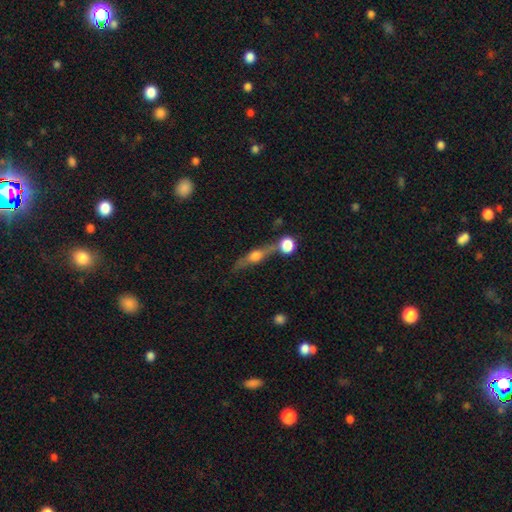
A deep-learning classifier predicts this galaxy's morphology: This appears to be a featured or disk galaxy (63%) viewed edge-on (90%) with a rounded central bulge (91%). Merging: none (64%).